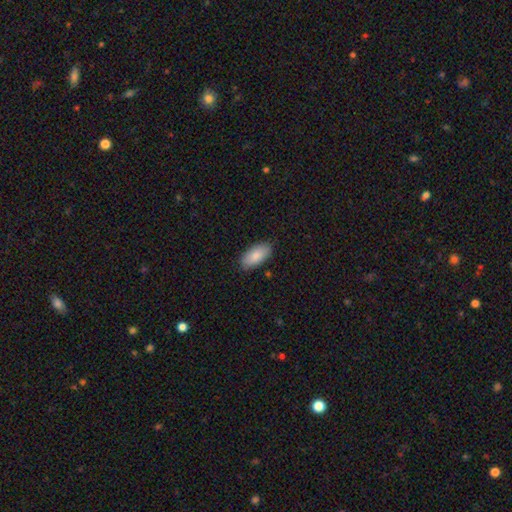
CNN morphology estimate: The model was most divided on "merging": none: 87%, minor disturbance: 10%, major disturbance: 2%, merger: 1%. More confident: how rounded — in between (92%); smooth or featured — smooth (88%).